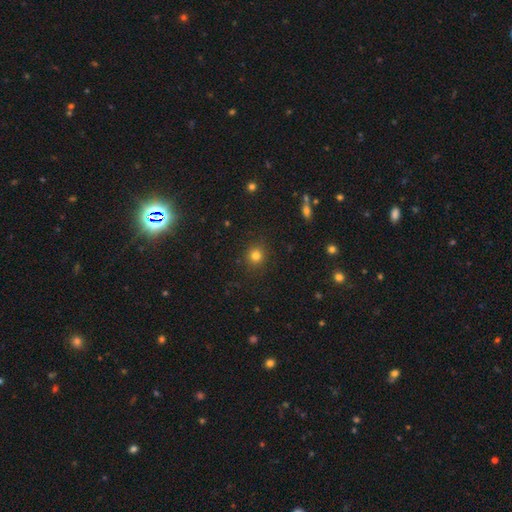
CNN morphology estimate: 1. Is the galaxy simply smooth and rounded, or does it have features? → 80% smooth, 14% star or artifact, 6% featured or disk.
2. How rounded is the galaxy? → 90% round, 9% in between, 1% cigar-shaped.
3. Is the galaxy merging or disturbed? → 89% none, 7% minor disturbance, 3% major disturbance, 1% merger.